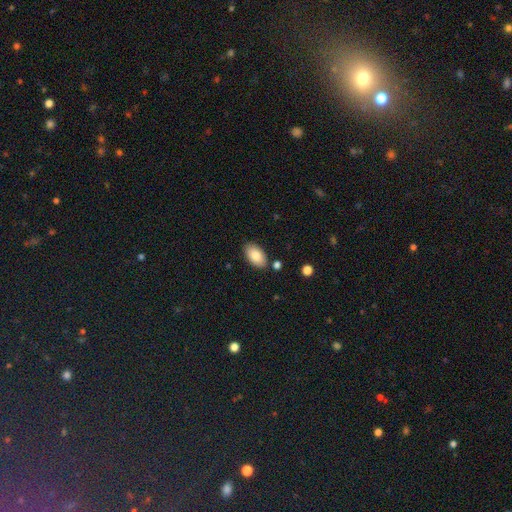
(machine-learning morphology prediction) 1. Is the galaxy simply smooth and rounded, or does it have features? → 85% smooth, 9% featured or disk, 7% star or artifact.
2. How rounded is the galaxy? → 95% in between, 3% round, 1% cigar-shaped.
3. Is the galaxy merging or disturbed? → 84% none, 10% minor disturbance, 4% merger, 2% major disturbance.